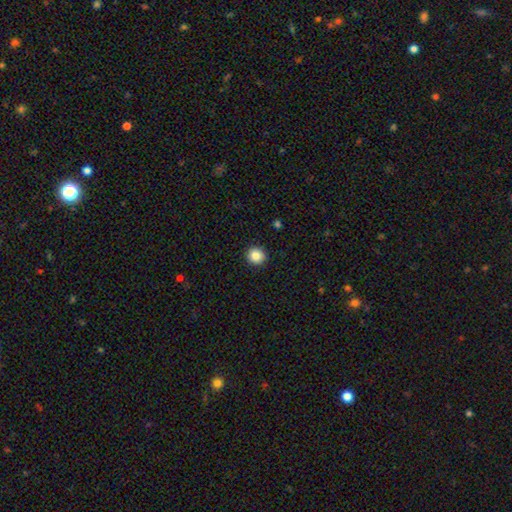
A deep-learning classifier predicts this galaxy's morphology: A smooth galaxy with no disk features (87%) that is round (91%).

Vote fractions:
- Smooth or featured? smooth: 87% / star or artifact: 10% / featured or disk: 4%
- How rounded? round: 91% / in between: 8% / cigar-shaped: 1%
- Merging? none: 92% / minor disturbance: 5% / major disturbance: 2% / merger: 1%